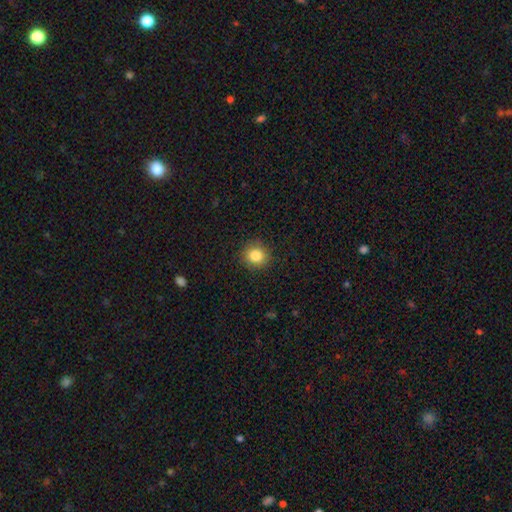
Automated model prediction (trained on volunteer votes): This is clearly a smooth galaxy (84%). How rounded: clearly round (88%). Merging: clearly none (90%).